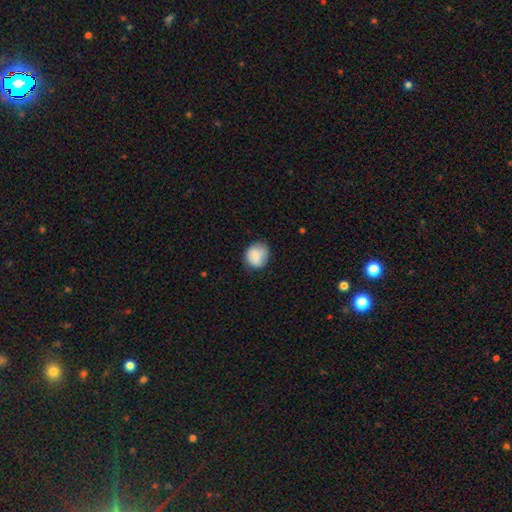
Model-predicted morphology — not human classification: A smooth galaxy with no disk features (85%) that is round (77%). Merging: none (73%).